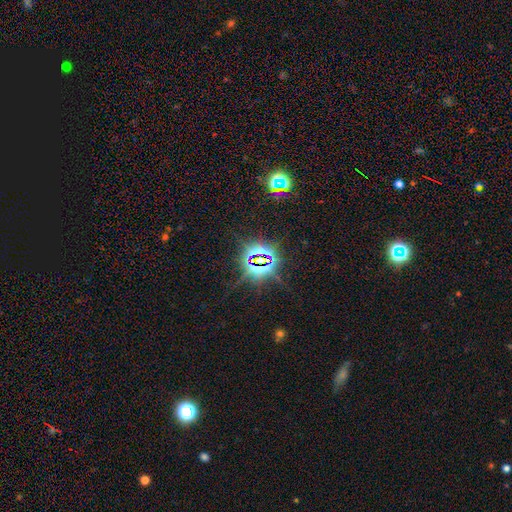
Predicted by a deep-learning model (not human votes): Smooth or featured?
  - star or artifact: 85% *
  - smooth: 8%
  - featured or disk: 7%